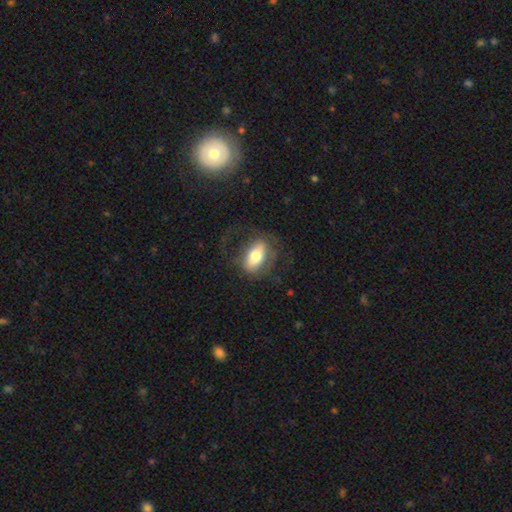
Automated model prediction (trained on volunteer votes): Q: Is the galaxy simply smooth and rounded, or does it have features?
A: smooth — 58%.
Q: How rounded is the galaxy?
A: in between — 83%.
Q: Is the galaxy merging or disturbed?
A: none — 60%.